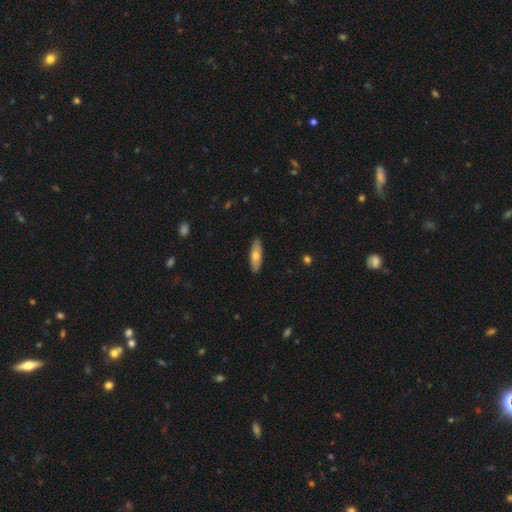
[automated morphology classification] smooth-or-featured: smooth: 61% | featured or disk: 33% | star or artifact: 6%
  how-rounded: cigar-shaped: 58% | in between: 40% | round: 2%
  merging: none: 89% | minor disturbance: 8% | major disturbance: 1% | merger: 1%